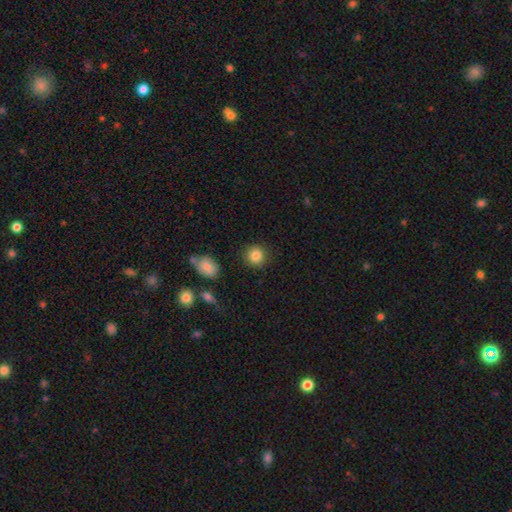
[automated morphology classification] type=smooth (84%); roundness=round (91%); merging=none (88%).